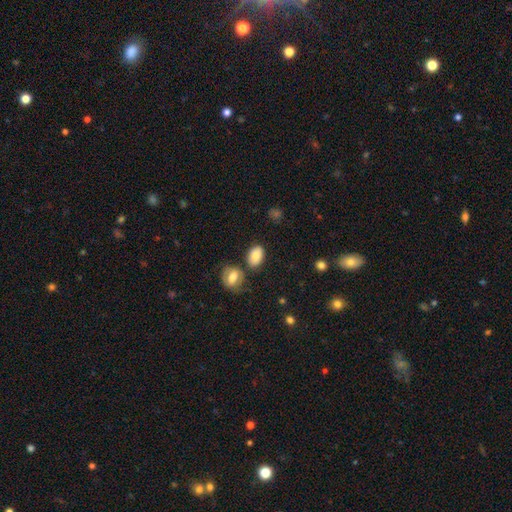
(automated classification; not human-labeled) smooth-or-featured: smooth: 83% | featured or disk: 9% | star or artifact: 8%
  how-rounded: in between: 87% | round: 11% | cigar-shaped: 1%
  merging: none: 72% | minor disturbance: 14% | merger: 10% | major disturbance: 4%